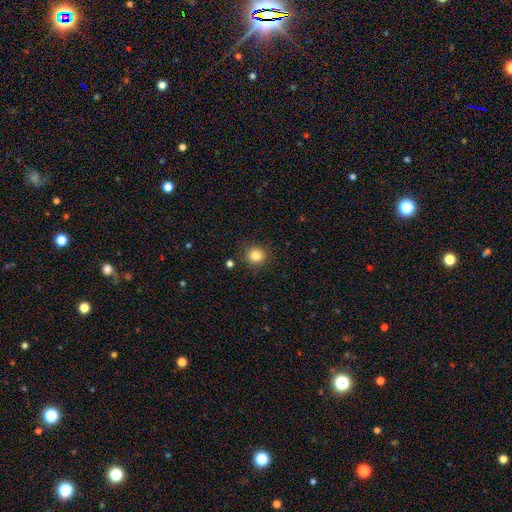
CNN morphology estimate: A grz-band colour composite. It shows a smooth galaxy with no disk features (84%) that is round (91%). Merging: none (89%).